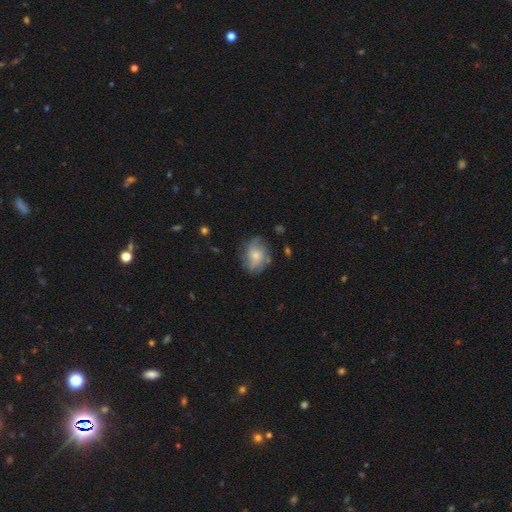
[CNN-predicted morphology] A featured or disk galaxy (53%) with no bar (78%), spiral arms (78%) and a moderate central bulge (45%). Merging: none (66%).